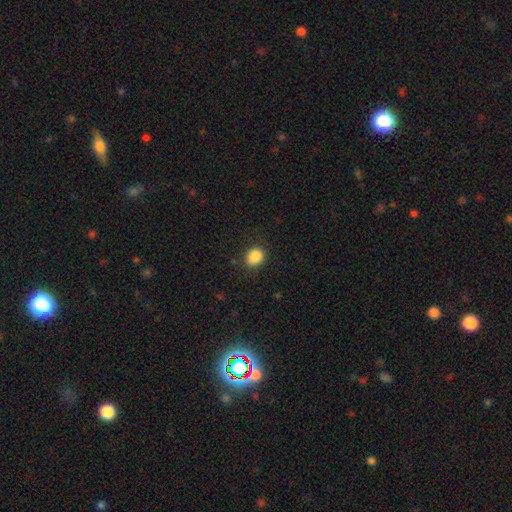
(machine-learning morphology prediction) Smooth or featured?
  - smooth: 87% *
  - star or artifact: 9%
  - featured or disk: 4%
How rounded?
  - in between: 50% *
  - round: 49%
  - cigar-shaped: 1%
Merging?
  - none: 81% *
  - minor disturbance: 14%
  - major disturbance: 4%
  - merger: 1%